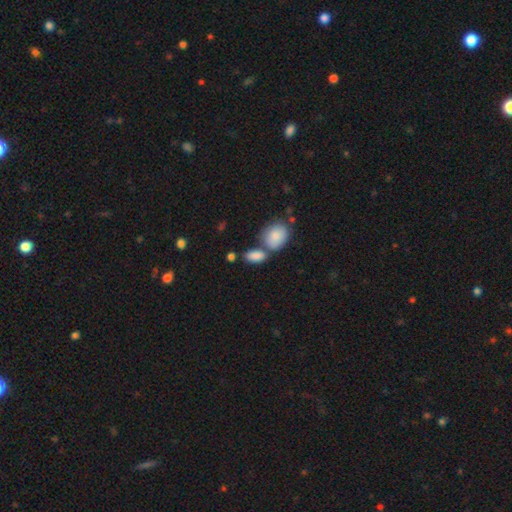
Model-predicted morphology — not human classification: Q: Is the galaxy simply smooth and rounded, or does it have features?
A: smooth — 86%.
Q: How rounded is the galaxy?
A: in between — 88%.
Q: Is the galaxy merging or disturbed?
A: none — 52%.